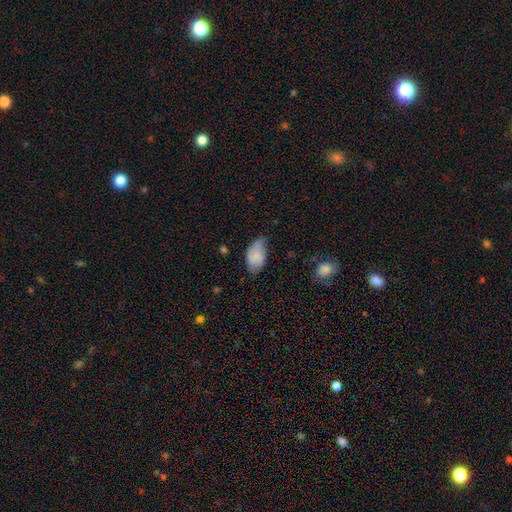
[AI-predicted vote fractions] Overall: smooth (76%). How rounded: in between (93%). Merging: minor disturbance (45%; none 41%).